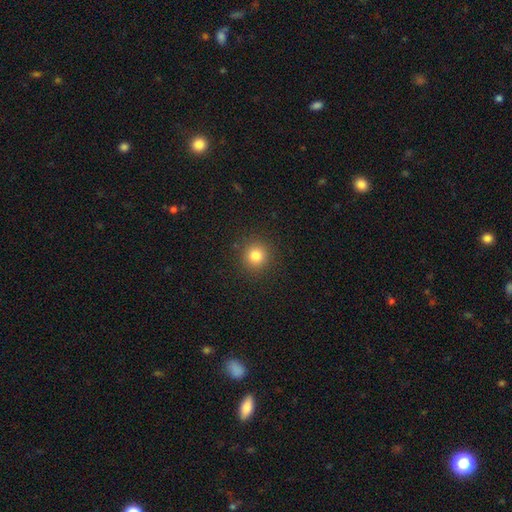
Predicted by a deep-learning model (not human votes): This is clearly a smooth galaxy (82%). How rounded: clearly round (93%). Merging: clearly none (90%).